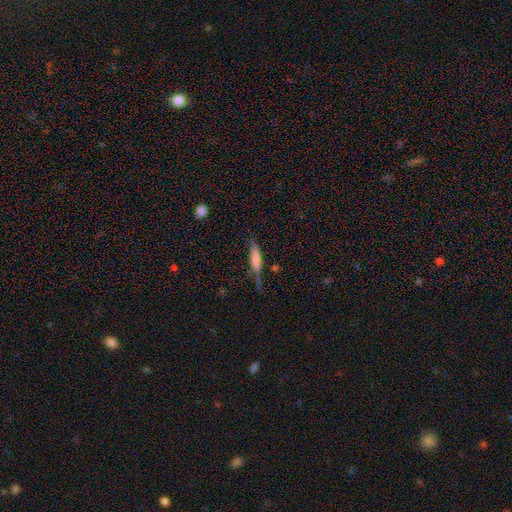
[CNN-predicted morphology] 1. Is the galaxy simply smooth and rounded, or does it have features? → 66% smooth, 26% featured or disk, 8% star or artifact.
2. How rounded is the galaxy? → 81% cigar-shaped, 17% in between, 2% round.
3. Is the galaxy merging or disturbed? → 53% none, 29% minor disturbance, 13% major disturbance, 5% merger.